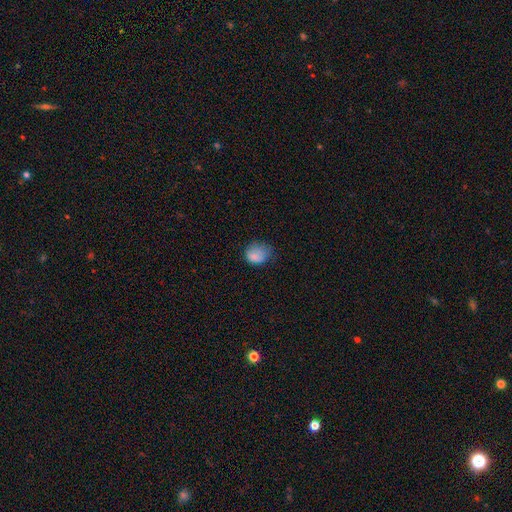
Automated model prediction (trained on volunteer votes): Smooth or featured? Predicted: smooth (p=0.80). How rounded? Predicted: round (p=0.55). Merging? Predicted: none (p=0.43).